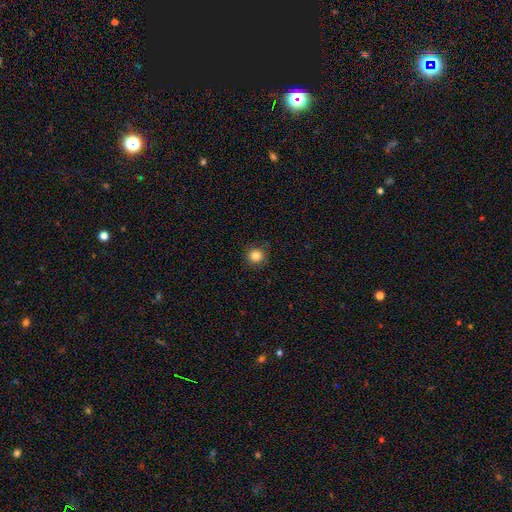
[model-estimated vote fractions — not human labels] A smooth galaxy with no disk features (83%) that is round (94%). Merging: none (90%).